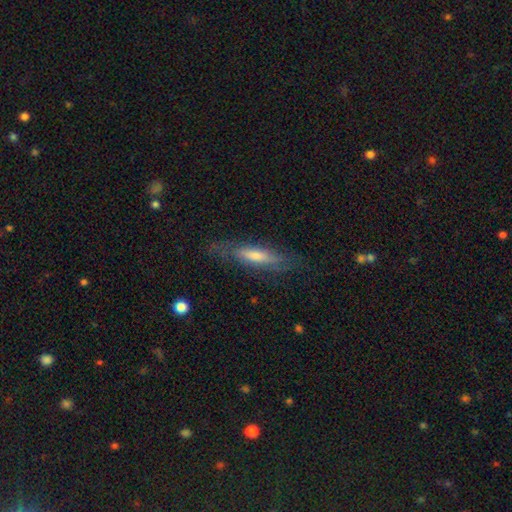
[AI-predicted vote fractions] smooth-or-featured: smooth: 48% | featured or disk: 45% | star or artifact: 7%
  merging: none: 74% | minor disturbance: 18% | major disturbance: 7% | merger: 1%